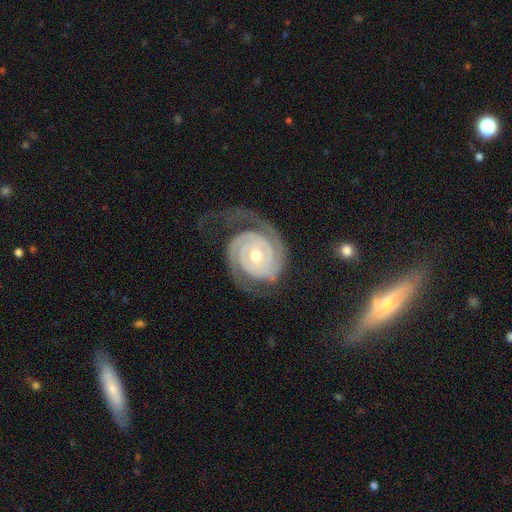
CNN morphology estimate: featured or disk 92%, star or artifact 4%, smooth 4%. Down the decision tree: edge-on disk — no (98%); bar — no (65%); spiral arms — yes (98%); spiral arm count — 2 (80%); spiral winding — tight (77%); bulge size — moderate (61%); merging — none (68%).